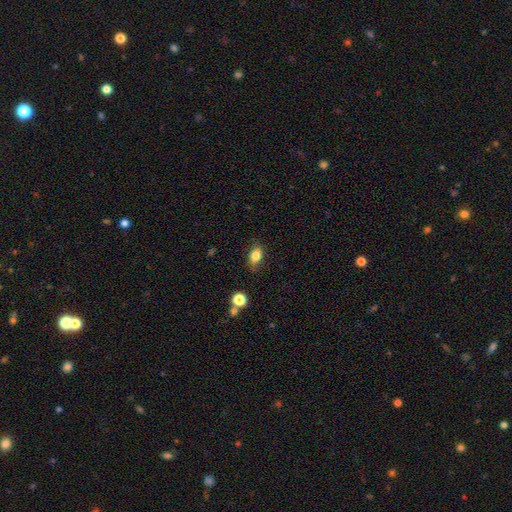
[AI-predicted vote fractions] A smooth galaxy with no disk features (83%) that is in between round and cigar-shaped (83%). Merging: none (77%).